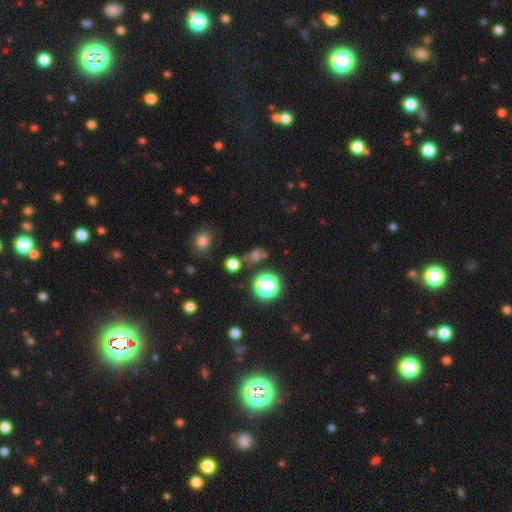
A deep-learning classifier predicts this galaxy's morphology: smooth_or_featured: star or artifact (p=0.53) [alt: smooth p=0.38]